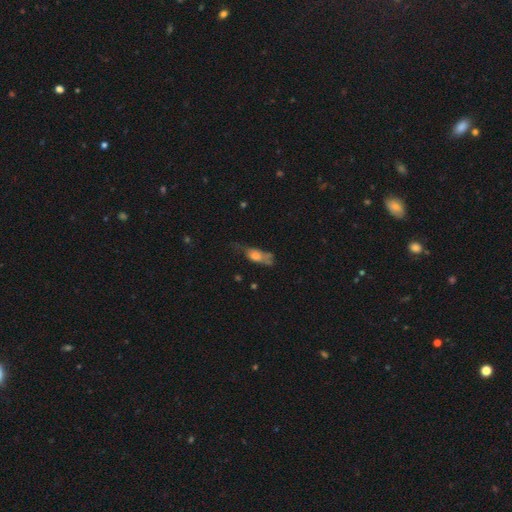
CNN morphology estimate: Smooth or featured?
  - smooth: 57% *
  - featured or disk: 34%
  - star or artifact: 10%
How rounded?
  - in between: 68% *
  - cigar-shaped: 27%
  - round: 6%
Merging?
  - none: 32% *
  - minor disturbance: 30%
  - major disturbance: 29%
  - merger: 10%